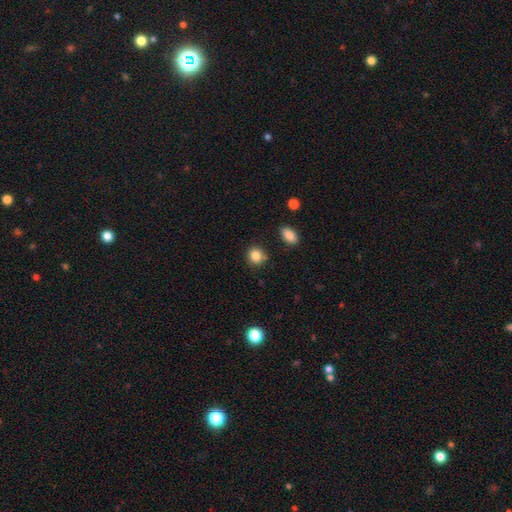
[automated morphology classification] smooth_or_featured: smooth (p=0.86) [alt: star or artifact p=0.10]
how_rounded: round (p=0.81) [alt: in between p=0.18]
merging: none (p=0.79) [alt: minor disturbance p=0.13]